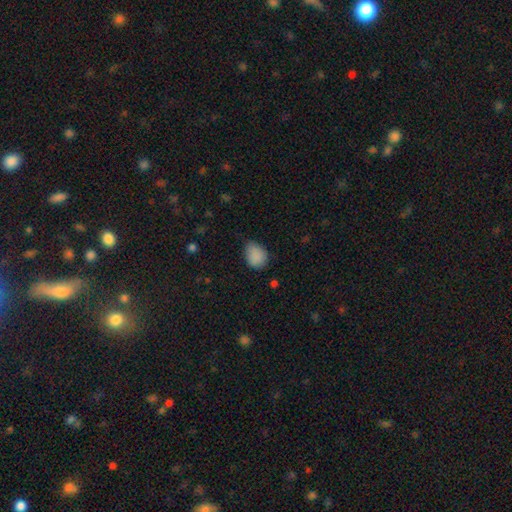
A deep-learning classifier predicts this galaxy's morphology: A smooth galaxy with no disk features (86%) that is in between round and cigar-shaped (54%). Merging: none (59%).